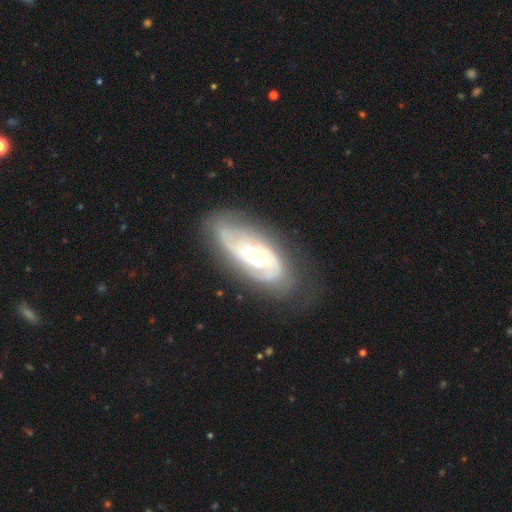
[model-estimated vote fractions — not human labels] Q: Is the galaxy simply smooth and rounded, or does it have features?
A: featured or disk — 82%.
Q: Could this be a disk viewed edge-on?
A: no — 93%.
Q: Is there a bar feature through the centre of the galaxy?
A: no — 68%.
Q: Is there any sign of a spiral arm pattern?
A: yes — 92%.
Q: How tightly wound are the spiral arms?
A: tight — 56%.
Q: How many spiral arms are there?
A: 2 — 40%.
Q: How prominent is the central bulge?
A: moderate — 48%.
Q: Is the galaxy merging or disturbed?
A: none — 67%.